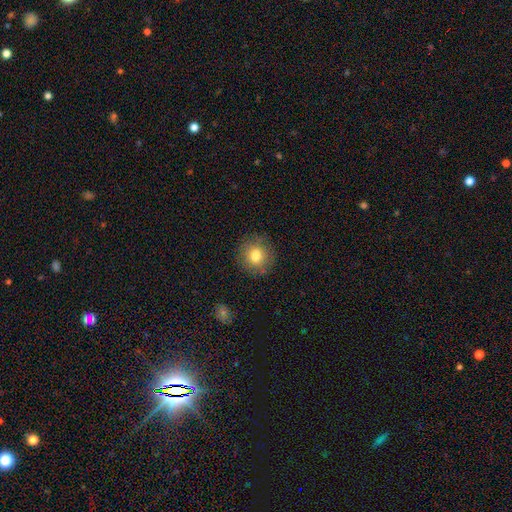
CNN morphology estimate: This is likely a smooth galaxy (79%). How rounded: clearly round (92%). Merging: clearly none (88%).